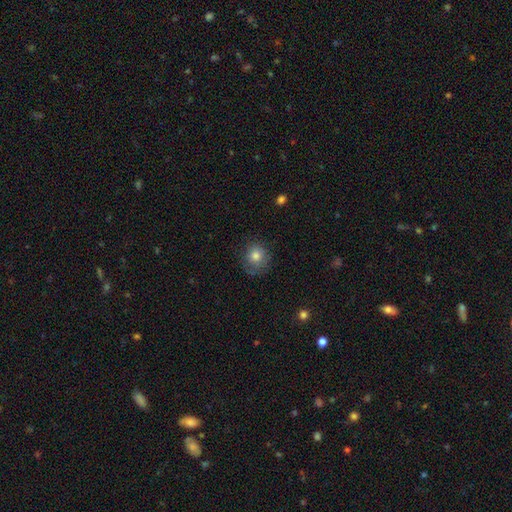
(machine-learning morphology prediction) Overall: smooth (77%). How rounded: round (84%). Merging: none (70%).